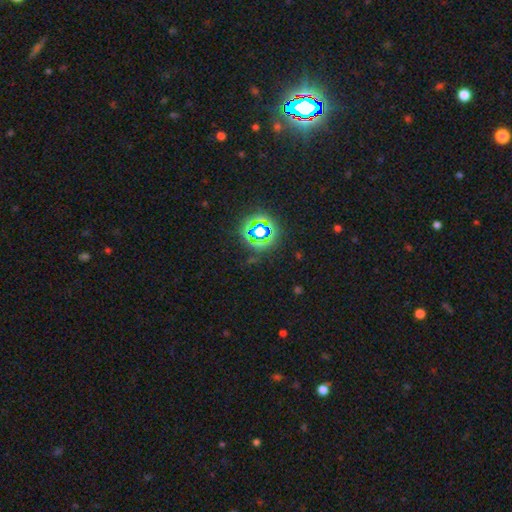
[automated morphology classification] Smooth or featured?
  - star or artifact: 80% *
  - smooth: 13%
  - featured or disk: 7%